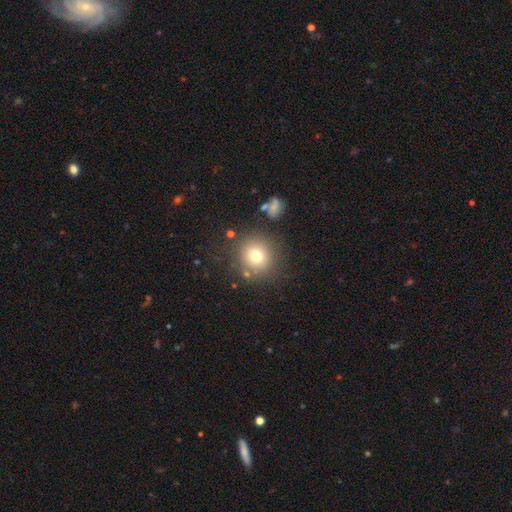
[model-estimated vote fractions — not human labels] smooth 73%, star or artifact 14%, featured or disk 13%. Down the decision tree: how rounded — round (92%); merging — none (81%).